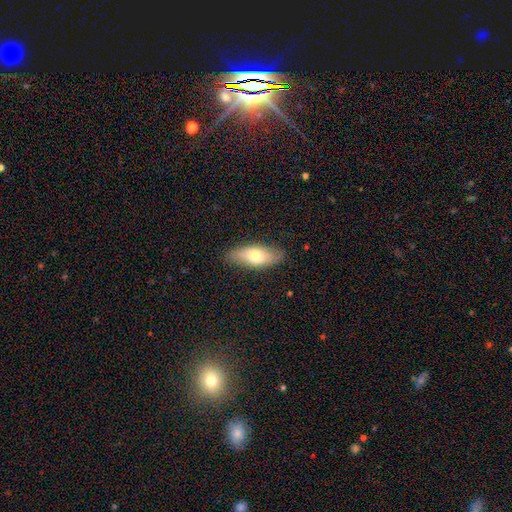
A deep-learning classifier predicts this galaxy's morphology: Q: Smooth or featured?
A: smooth (66%); runner-up: featured or disk (27%)
Q: How rounded?
A: in between (77%); runner-up: cigar-shaped (21%)
Q: Merging?
A: none (83%); runner-up: minor disturbance (14%)